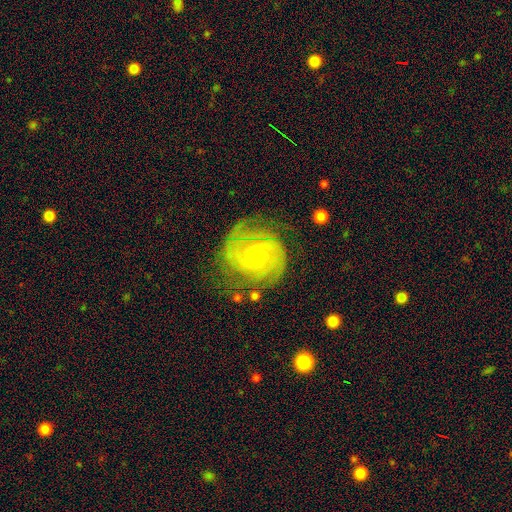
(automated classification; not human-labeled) The model was most divided on "spiral winding": tight: 56%, medium: 36%, loose: 9%. More confident: edge-on disk — no (98%); spiral arms — yes (96%); smooth or featured — featured or disk (85%); bulge size — small (75%); merging — none (72%); bar — no (68%); spiral arm count — 2 (57%).